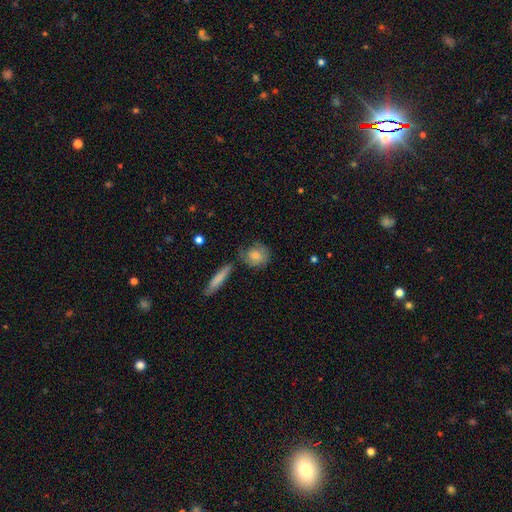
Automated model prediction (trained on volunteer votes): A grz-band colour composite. It shows a smooth galaxy with no disk features (68%) that is round (59%). Merging: none (61%).